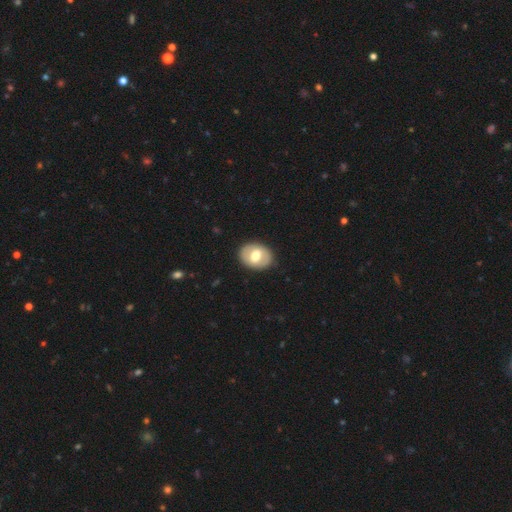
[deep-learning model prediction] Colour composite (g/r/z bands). It shows a smooth galaxy with no disk features (59%) that is in between round and cigar-shaped (55%). Merging: none (88%).